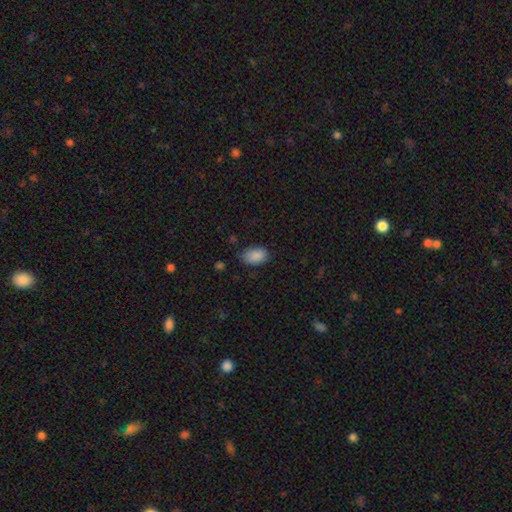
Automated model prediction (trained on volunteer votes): A smooth galaxy with no disk features (88%) that is in between round and cigar-shaped (89%). Merging: none (74%).